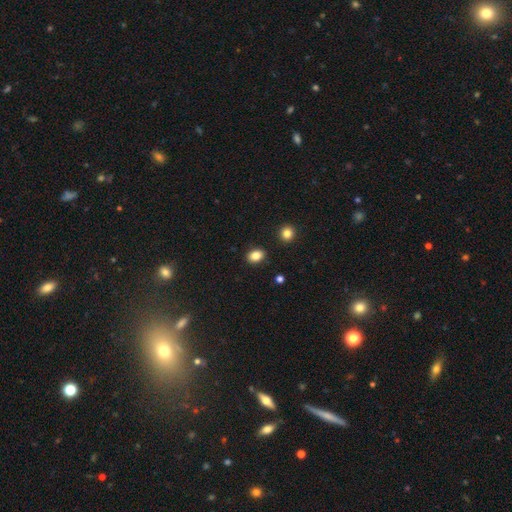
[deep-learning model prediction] This appears to be a smooth galaxy with no disk features (86%) that is in between round and cigar-shaped (69%). Merging: none (89%).